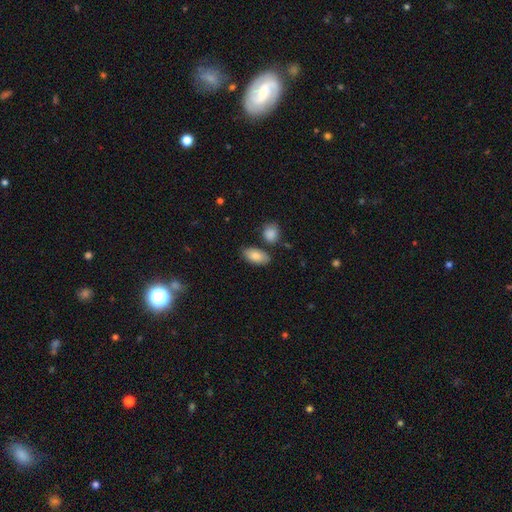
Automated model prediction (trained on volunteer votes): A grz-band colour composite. It shows a smooth galaxy with no disk features (83%) that is in between round and cigar-shaped (93%). Merging: none (76%).